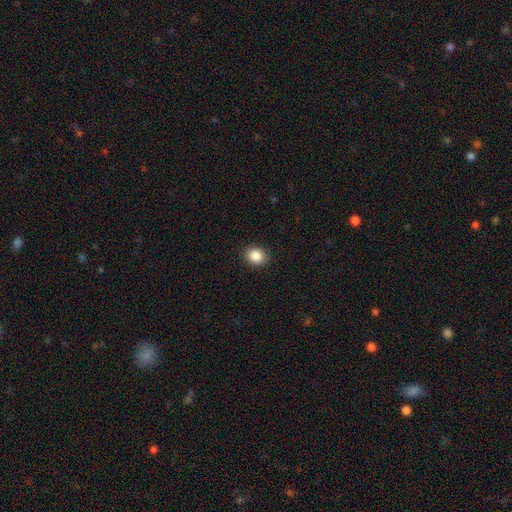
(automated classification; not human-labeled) The model was most divided on "how rounded": round: 71%, in between: 28%, cigar-shaped: 1%. More confident: merging — none (91%); smooth or featured — smooth (86%).